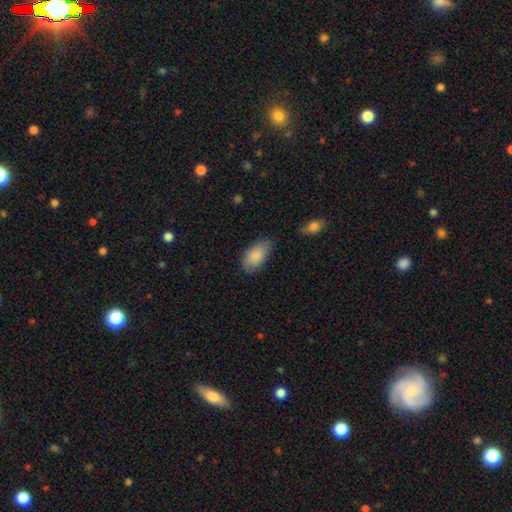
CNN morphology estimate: smooth_or_featured: smooth (p=0.87) [alt: featured or disk p=0.07]
how_rounded: in between (p=0.94) [alt: round p=0.03]
merging: none (p=0.73) [alt: minor disturbance p=0.21]